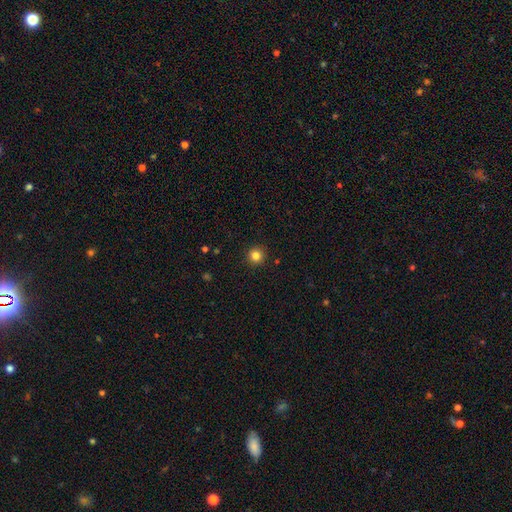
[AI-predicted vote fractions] Smooth or featured? smooth (83%)
How rounded? round (95%)
Merging? none (93%)